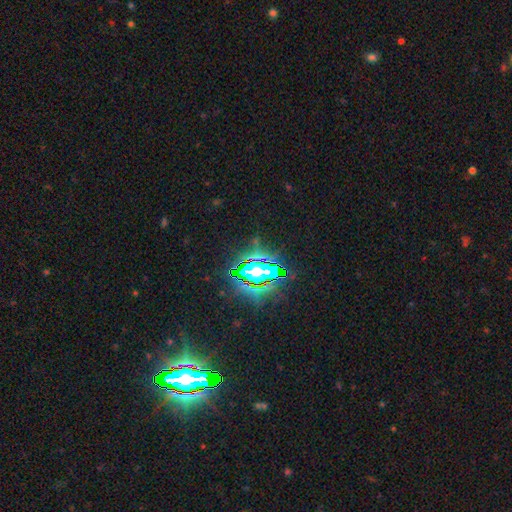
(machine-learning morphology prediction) Smooth or featured? star or artifact (85%)